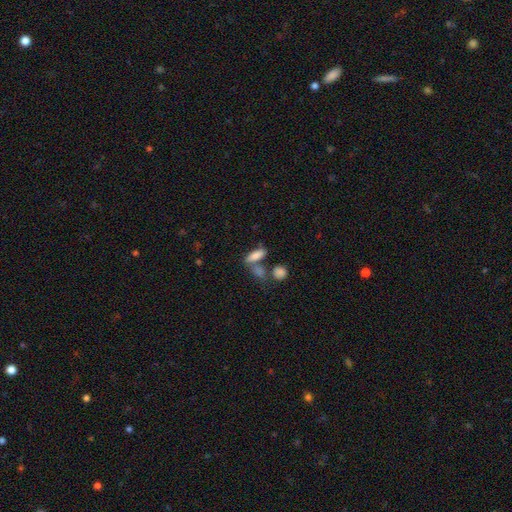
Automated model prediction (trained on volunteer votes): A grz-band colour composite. It shows a smooth galaxy with no disk features (79%) that is in between round and cigar-shaped (69%). Merging: none (47%).